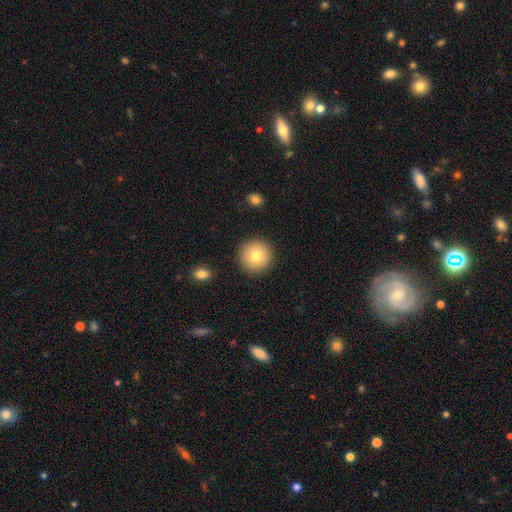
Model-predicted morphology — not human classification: smooth-or-featured: smooth: 79% | featured or disk: 12% | star or artifact: 9%
  how-rounded: round: 96% | in between: 4% | cigar-shaped: 1%
  merging: none: 91% | minor disturbance: 6% | major disturbance: 2% | merger: 1%